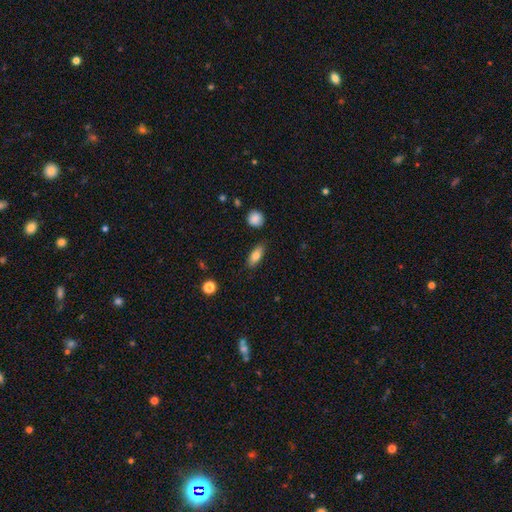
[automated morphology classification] type=smooth (80%); roundness=in between (78%); merging=none (82%).